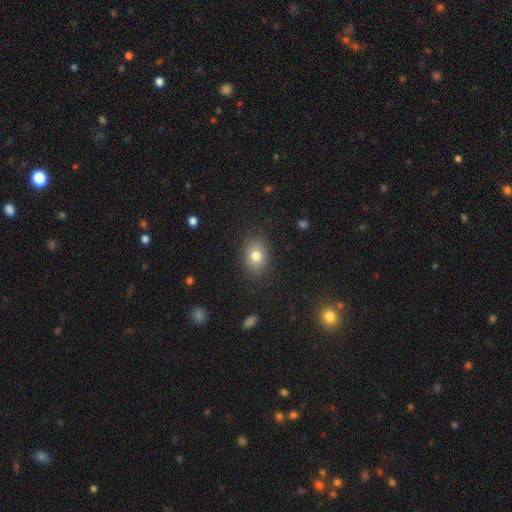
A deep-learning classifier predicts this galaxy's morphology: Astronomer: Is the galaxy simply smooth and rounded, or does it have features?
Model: smooth — 79%.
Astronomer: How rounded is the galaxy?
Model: in between — 71%.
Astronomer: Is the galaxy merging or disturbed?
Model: none — 86%.